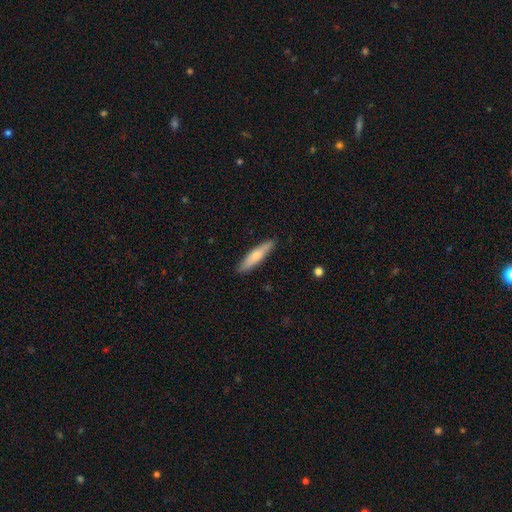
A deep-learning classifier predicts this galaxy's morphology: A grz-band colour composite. It shows a smooth galaxy with no disk features (67%) that is cigar-shaped (82%). Merging: none (87%).